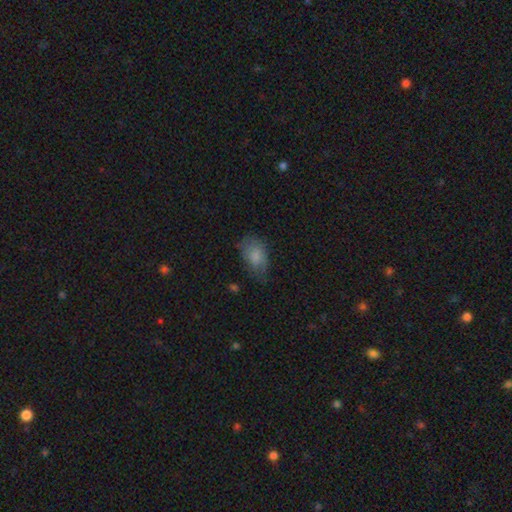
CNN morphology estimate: The model was most divided on "merging": none: 55%, minor disturbance: 31%, major disturbance: 12%, merger: 2%. More confident: how rounded — in between (89%); smooth or featured — smooth (80%).